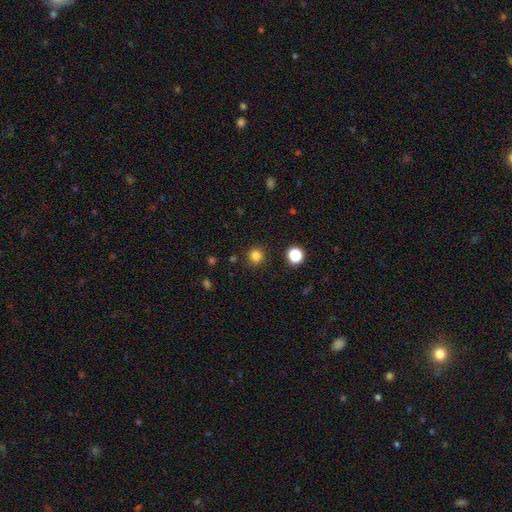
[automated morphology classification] Smooth or featured? smooth (82%)
How rounded? round (94%)
Merging? none (90%)